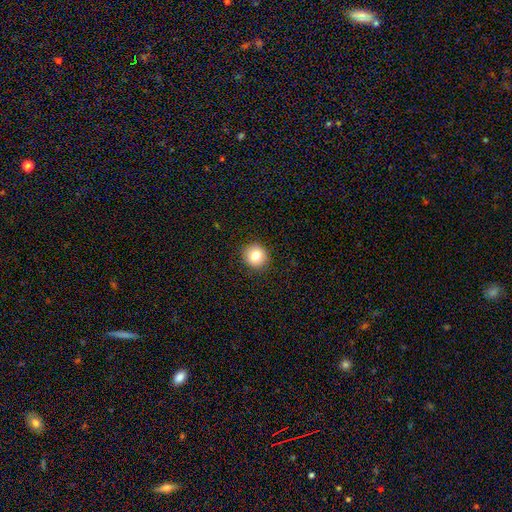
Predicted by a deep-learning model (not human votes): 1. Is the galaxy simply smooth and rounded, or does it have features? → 81% smooth, 10% star or artifact, 9% featured or disk.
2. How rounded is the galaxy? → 92% round, 7% in between, 1% cigar-shaped.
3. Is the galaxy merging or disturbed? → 92% none, 6% minor disturbance, 2% major disturbance, 1% merger.